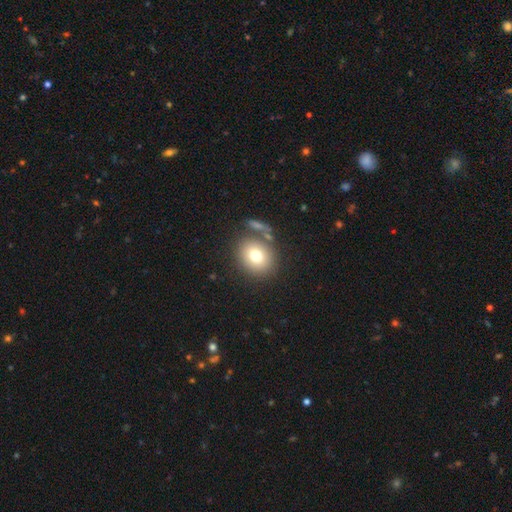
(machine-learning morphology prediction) This is likely a smooth galaxy (75%). How rounded: likely round (73%). Merging: likely none (72%).